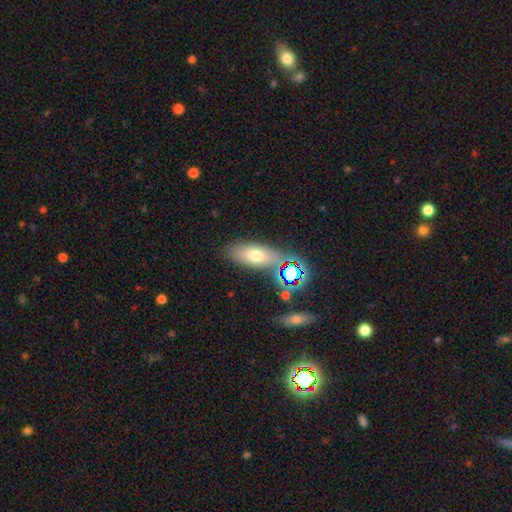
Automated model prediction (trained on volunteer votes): smooth-or-featured: smooth: 66% | featured or disk: 19% | star or artifact: 15%
  how-rounded: in between: 75% | cigar-shaped: 17% | round: 8%
  merging: none: 74% | minor disturbance: 13% | merger: 8% | major disturbance: 5%